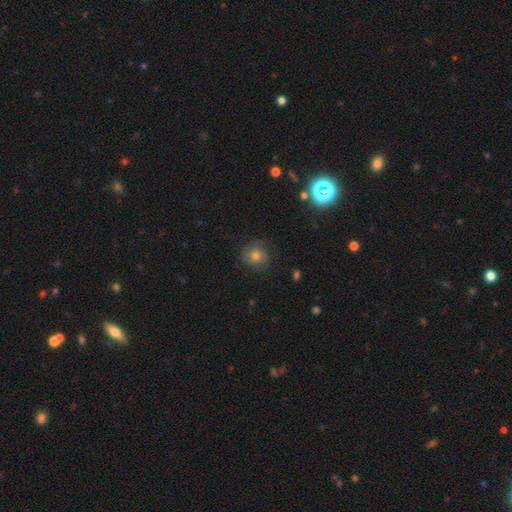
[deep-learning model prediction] Smooth or featured? Predicted: featured or disk (p=0.48). Merging? Predicted: none (p=0.78).